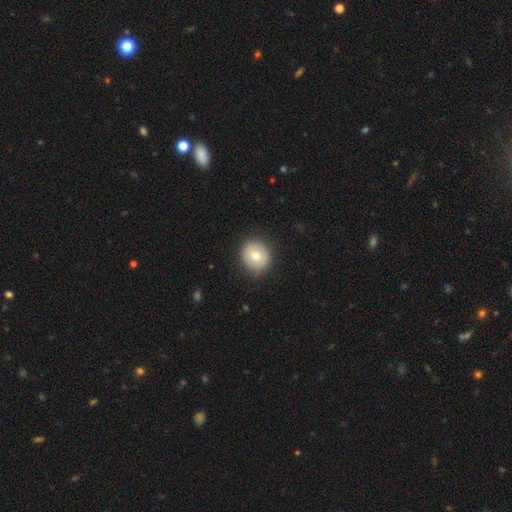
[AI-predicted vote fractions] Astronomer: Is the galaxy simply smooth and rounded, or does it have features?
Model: smooth — 74%.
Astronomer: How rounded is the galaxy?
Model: round — 85%.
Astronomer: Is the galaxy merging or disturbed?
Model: none — 87%.